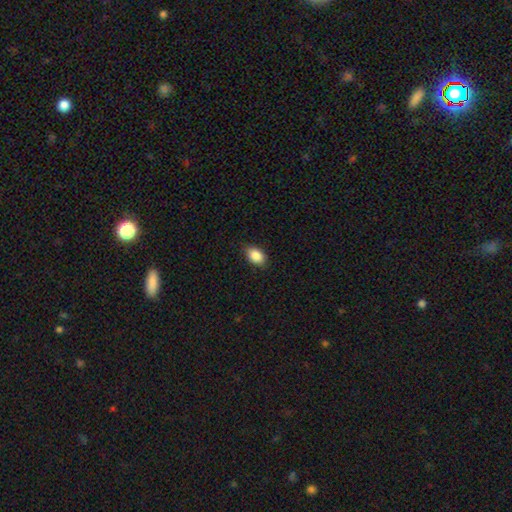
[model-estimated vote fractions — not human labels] Q: Smooth or featured?
A: smooth (87%); runner-up: star or artifact (8%)
Q: How rounded?
A: in between (85%); runner-up: round (13%)
Q: Merging?
A: none (86%); runner-up: minor disturbance (11%)